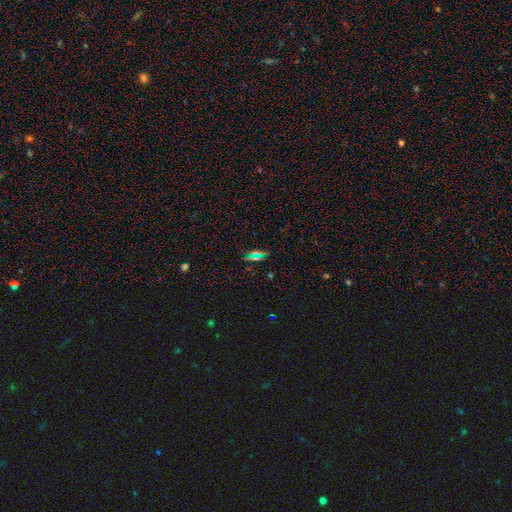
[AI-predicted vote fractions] smooth-or-featured: smooth: 44% | star or artifact: 41% | featured or disk: 15%
  merging: none: 70% | minor disturbance: 14% | major disturbance: 9% | merger: 8%